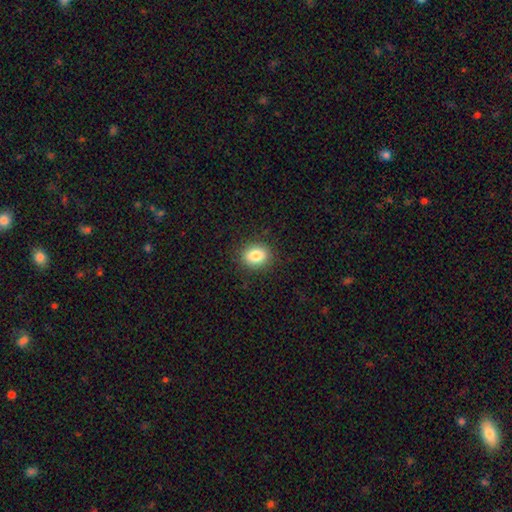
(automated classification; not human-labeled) Morphology: type=smooth (85%); roundness=round (50%); merging=none (88%).